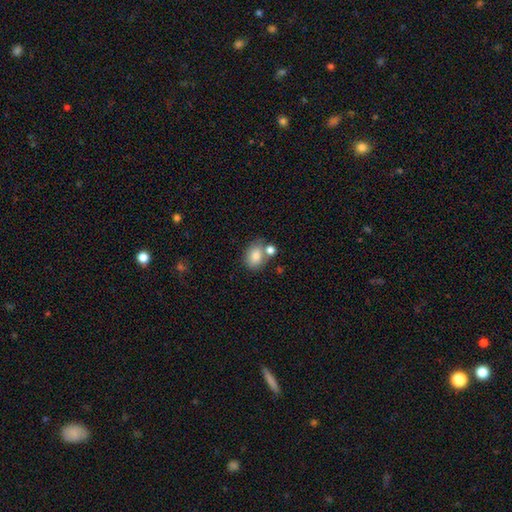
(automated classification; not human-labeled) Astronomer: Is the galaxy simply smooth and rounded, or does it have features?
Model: smooth — 82%.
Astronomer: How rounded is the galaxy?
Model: in between — 68%.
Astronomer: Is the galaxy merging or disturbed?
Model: none — 54%.